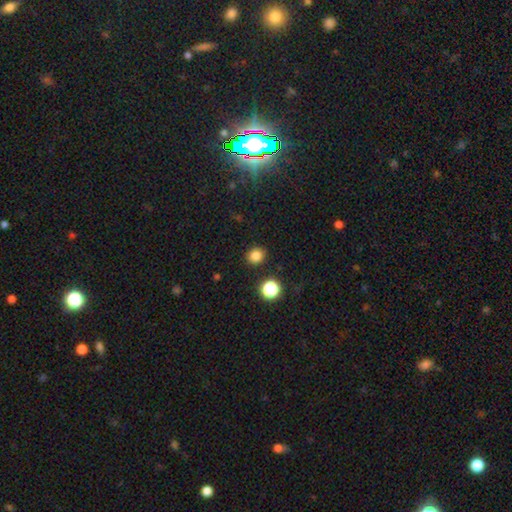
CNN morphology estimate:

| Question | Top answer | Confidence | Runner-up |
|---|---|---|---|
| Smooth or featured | smooth | 82% | star or artifact (14%) |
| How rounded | round | 78% | in between (21%) |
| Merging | none | 89% | minor disturbance (7%) |